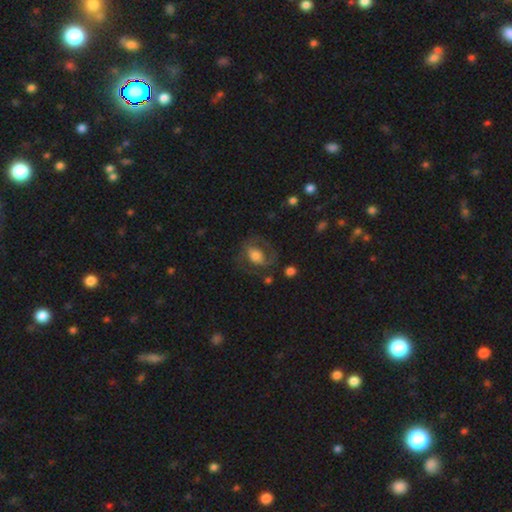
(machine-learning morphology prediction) Smooth or featured? featured or disk (51%)
Edge-on disk? no (95%)
Merging? none (58%)